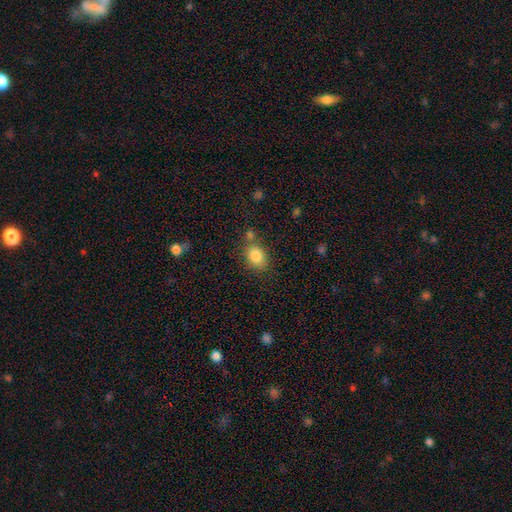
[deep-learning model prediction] Overall: smooth (85%). How rounded: in between (70%). Merging: none (70%).